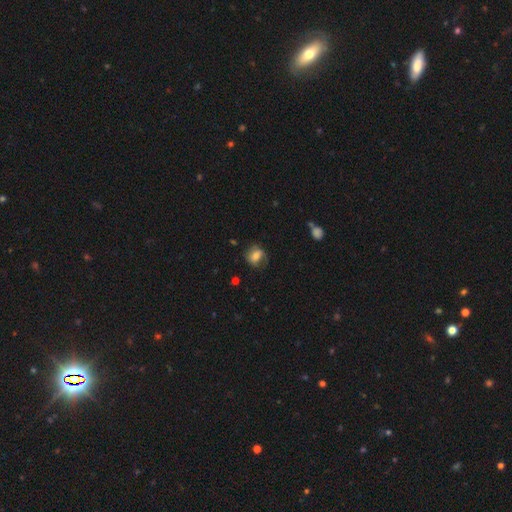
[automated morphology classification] Smooth or featured: smooth — 61% (featured or disk — 30%)
How rounded: round — 60% (in between — 39%)
Merging: none — 66% (minor disturbance — 23%)